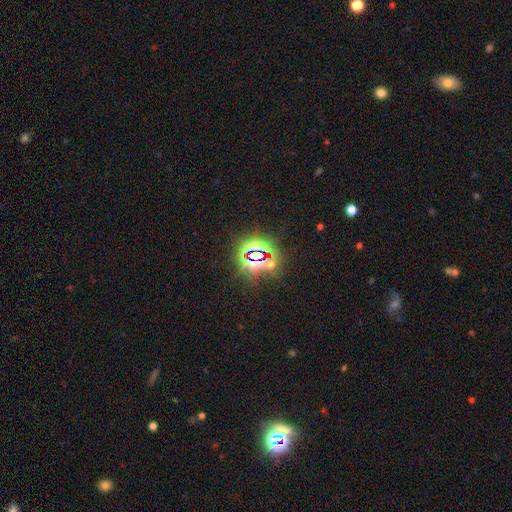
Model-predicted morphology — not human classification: Smooth or featured? star or artifact (81%)